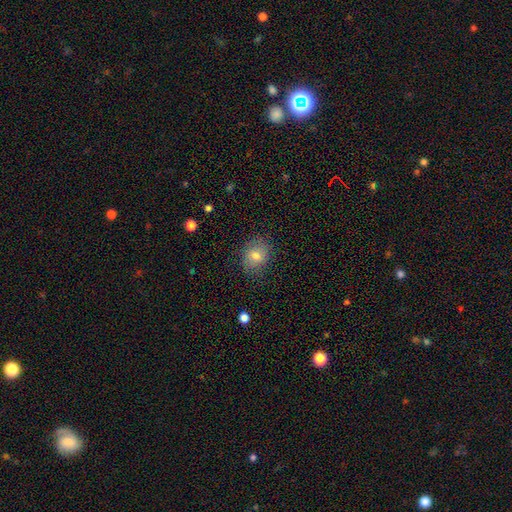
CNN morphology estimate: Overall: smooth (76%). How rounded: round (56%; in between 43%). Merging: none (79%).